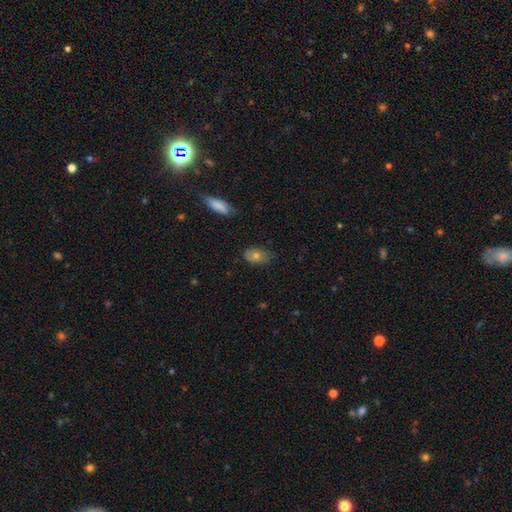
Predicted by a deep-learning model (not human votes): Q: Smooth or featured?
A: smooth (71%); runner-up: featured or disk (18%)
Q: How rounded?
A: in between (82%); runner-up: round (15%)
Q: Merging?
A: none (71%); runner-up: minor disturbance (22%)